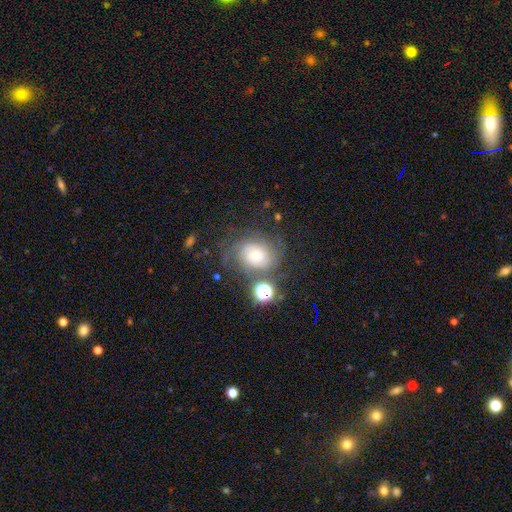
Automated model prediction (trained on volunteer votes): Smooth or featured? featured or disk (61%)
Edge-on disk? no (97%)
Bar? no (75%)
Spiral arms? yes (88%)
Spiral winding? tight (58%)
Spiral arm count? can't tell (44%)
Bulge size? moderate (49%)
Merging? none (61%)